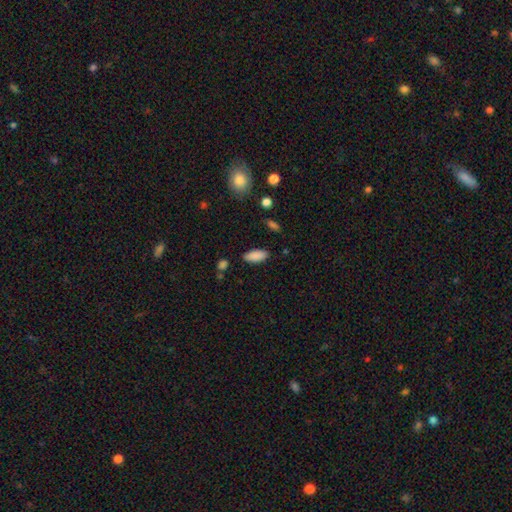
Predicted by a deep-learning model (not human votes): A smooth galaxy with no disk features (88%) that is in between round and cigar-shaped (84%).

Vote fractions:
- Smooth or featured? smooth: 88% / star or artifact: 7% / featured or disk: 4%
- How rounded? in between: 84% / cigar-shaped: 14% / round: 2%
- Merging? none: 85% / minor disturbance: 10% / major disturbance: 2% / merger: 2%